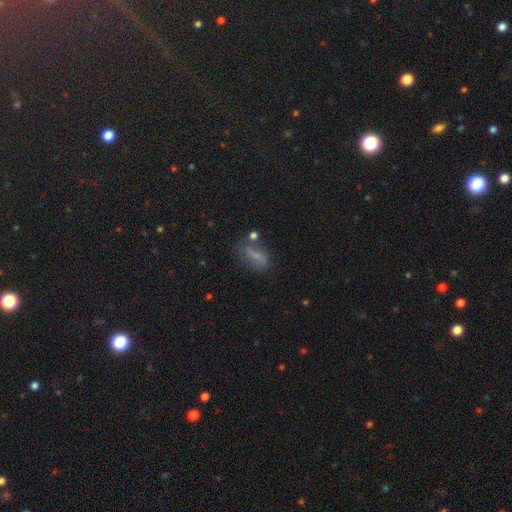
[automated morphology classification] smooth-or-featured: smooth: 58% | featured or disk: 28% | star or artifact: 14%
  how-rounded: in between: 70% | cigar-shaped: 22% | round: 8%
  merging: none: 59% | minor disturbance: 22% | major disturbance: 11% | merger: 8%